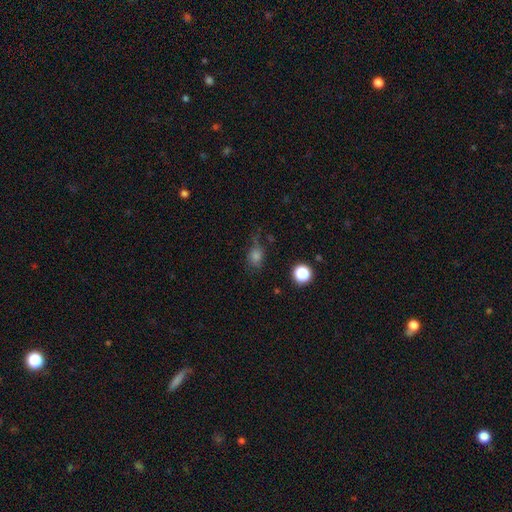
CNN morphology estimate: Smooth or featured: smooth — 63% (star or artifact — 23%)
How rounded: in between — 50% (round — 46%)
Merging: none — 53% (minor disturbance — 27%)